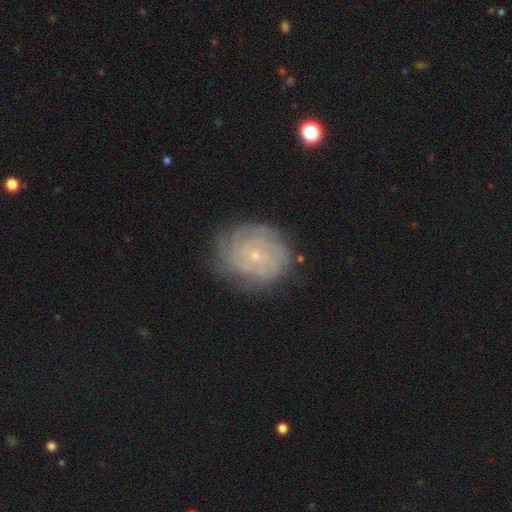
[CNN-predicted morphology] featured or disk 75%, smooth 17%, star or artifact 8%. Down the decision tree: edge-on disk — no (97%); bar — no (77%); spiral arms — yes (90%); spiral arm count — can't tell (49%); spiral winding — tight (77%); bulge size — small (82%); merging — none (76%).